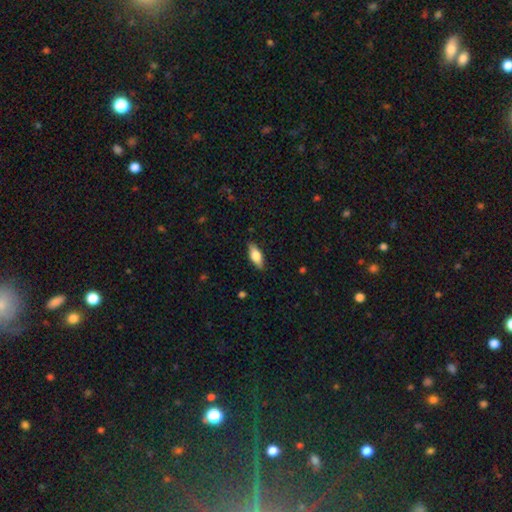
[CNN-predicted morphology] smooth_or_featured: smooth (p=0.70) [alt: featured or disk p=0.24]
how_rounded: in between (p=0.75) [alt: cigar-shaped p=0.22]
merging: none (p=0.87) [alt: minor disturbance p=0.10]